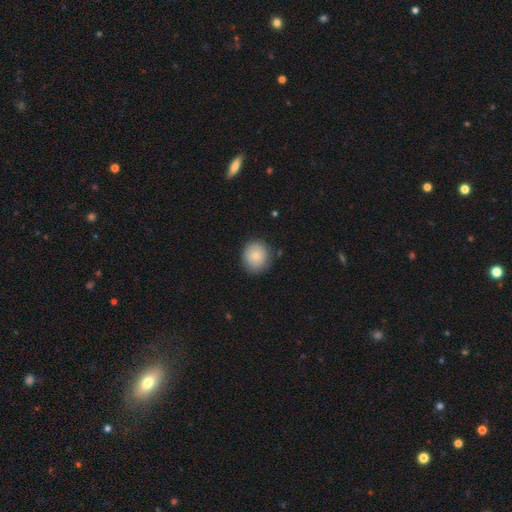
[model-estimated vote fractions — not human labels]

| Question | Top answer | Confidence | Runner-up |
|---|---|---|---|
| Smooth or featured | smooth | 81% | featured or disk (11%) |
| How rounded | round | 80% | in between (19%) |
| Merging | none | 83% | minor disturbance (13%) |